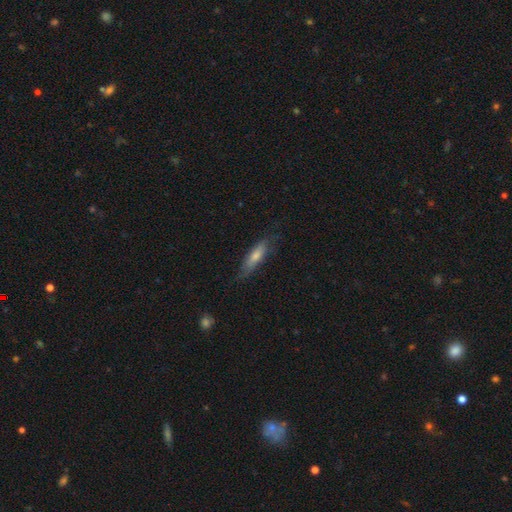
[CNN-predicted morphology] Smooth or featured? smooth (55%)
How rounded? cigar-shaped (70%)
Merging? none (71%)